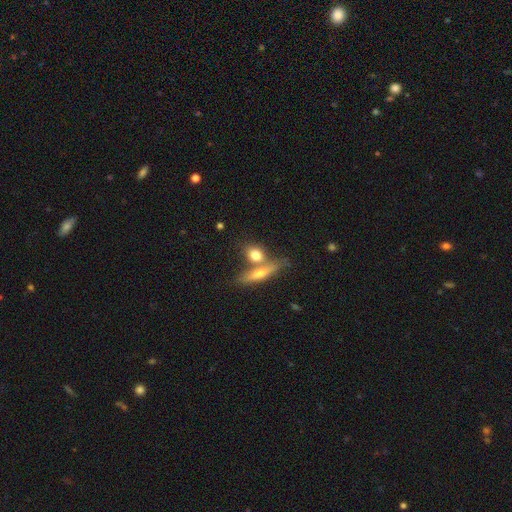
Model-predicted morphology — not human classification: The model was most divided on "merging": none: 47%, merger: 38%, minor disturbance: 11%, major disturbance: 4%. Remaining: smooth or featured — smooth (73%); how rounded — in between (45%).